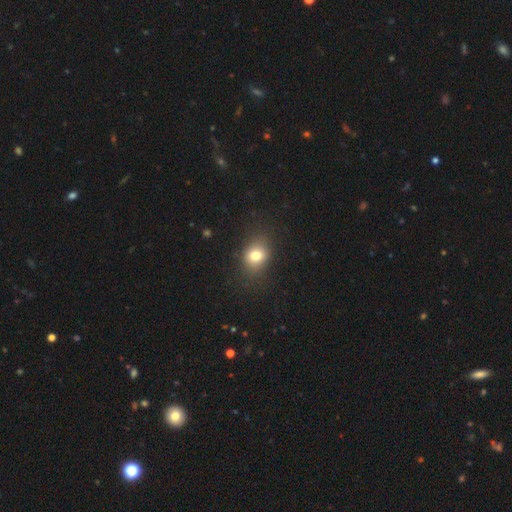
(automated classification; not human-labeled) A smooth galaxy with no disk features (77%) that is in between round and cigar-shaped (50%).

Vote fractions:
- Smooth or featured? smooth: 77% / star or artifact: 12% / featured or disk: 11%
- How rounded? in between: 50% / round: 49% / cigar-shaped: 1%
- Merging? none: 81% / minor disturbance: 13% / major disturbance: 5% / merger: 1%